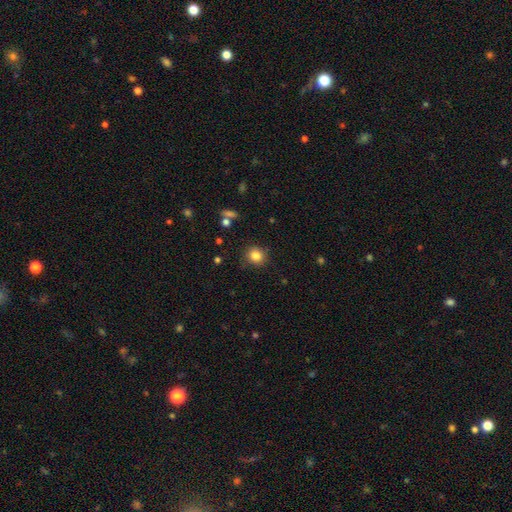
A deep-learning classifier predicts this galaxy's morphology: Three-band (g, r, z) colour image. It shows a smooth galaxy with no disk features (83%) that is round (89%). Merging: none (86%).